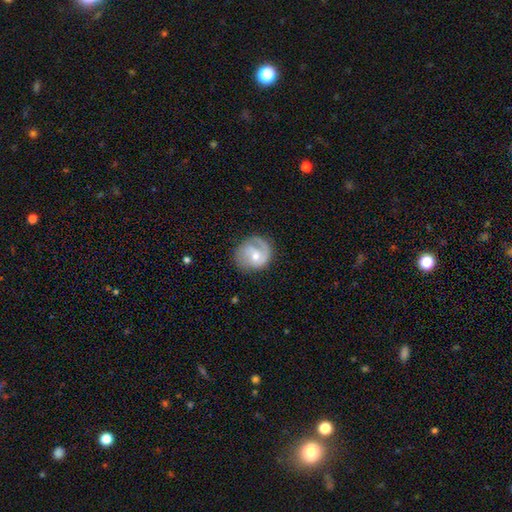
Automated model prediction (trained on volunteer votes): This is likely a featured or disk galaxy (71%). It is clearly not viewed edge-on (97%). Bar: possibly no (56%). Spiral arm pattern: clearly yes (90%). Spiral arm count: possibly 2 (46%). Spiral winding: marginally tight (43%). Central bulge: possibly moderate (56%). Merging: likely none (70%).